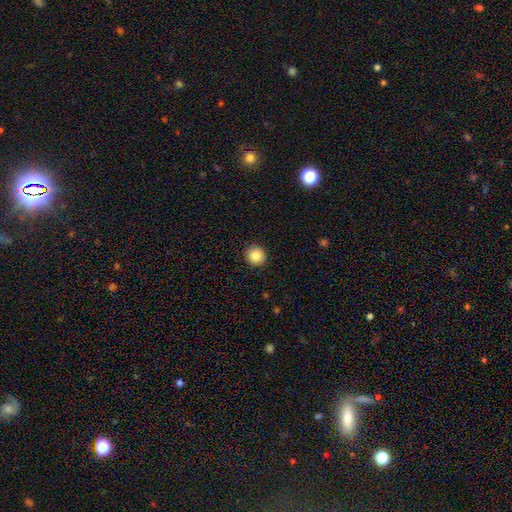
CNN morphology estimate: Smooth or featured?
  - smooth: 87% *
  - star or artifact: 9%
  - featured or disk: 4%
How rounded?
  - round: 93% *
  - in between: 6%
  - cigar-shaped: 1%
Merging?
  - none: 92% *
  - minor disturbance: 6%
  - major disturbance: 2%
  - merger: 1%